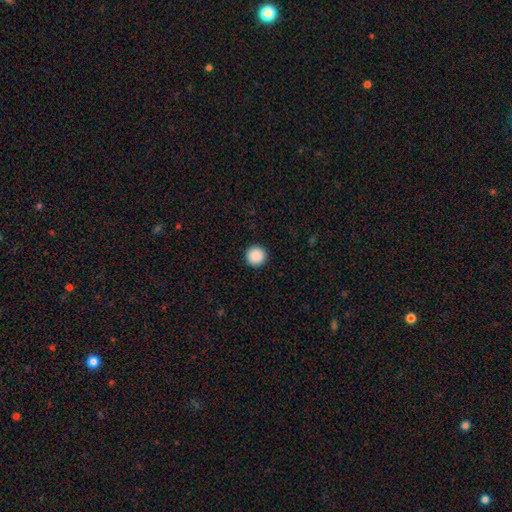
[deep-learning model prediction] This is clearly a smooth galaxy (90%). How rounded: clearly round (96%). Merging: clearly none (93%).